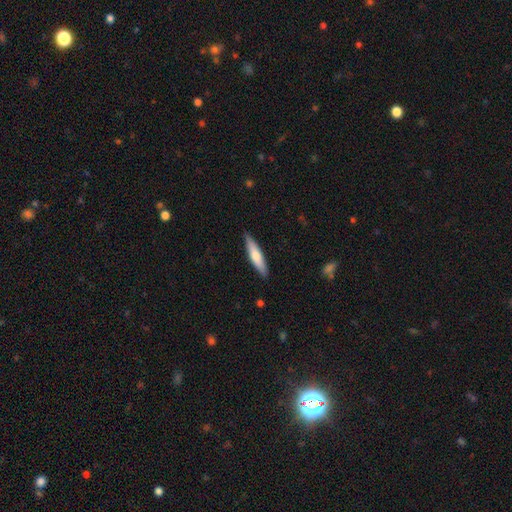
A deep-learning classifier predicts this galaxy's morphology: Q: Smooth or featured?
A: smooth (64%); runner-up: featured or disk (31%)
Q: How rounded?
A: cigar-shaped (81%); runner-up: in between (18%)
Q: Merging?
A: none (88%); runner-up: minor disturbance (9%)